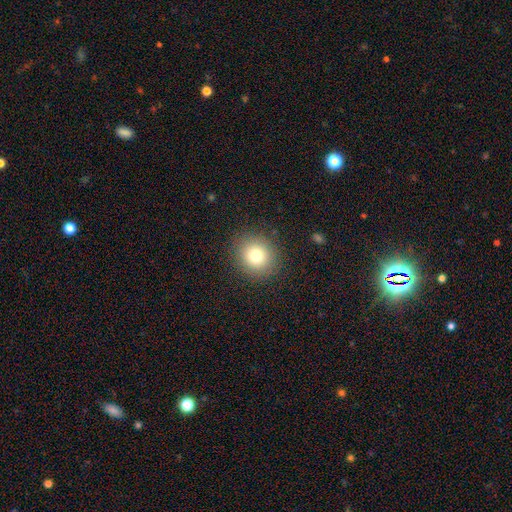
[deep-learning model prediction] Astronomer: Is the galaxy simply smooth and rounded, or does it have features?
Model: smooth — 79%.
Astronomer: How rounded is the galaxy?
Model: round — 87%.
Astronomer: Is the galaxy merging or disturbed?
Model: none — 89%.